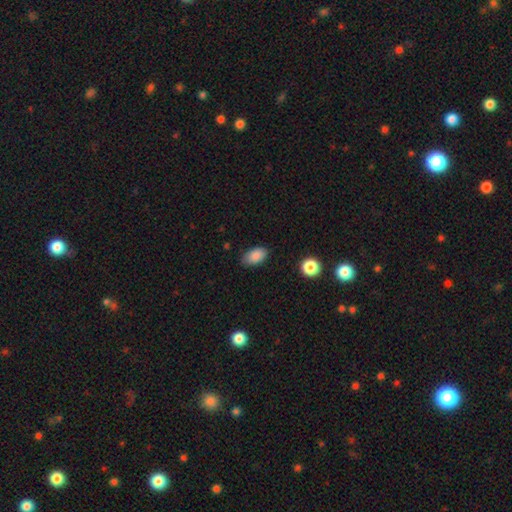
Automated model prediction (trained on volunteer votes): This is clearly a smooth galaxy (87%). How rounded: clearly in between (92%). Merging: likely none (79%).